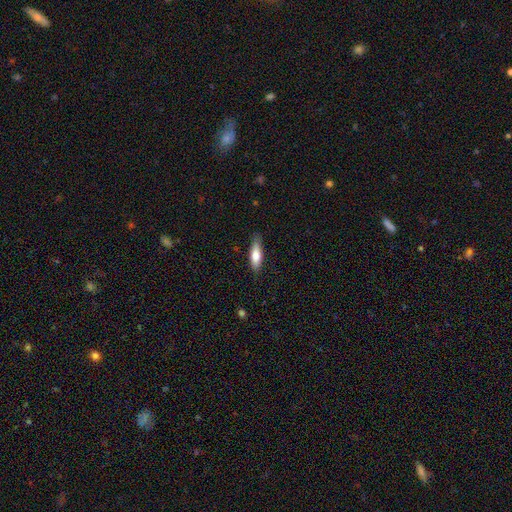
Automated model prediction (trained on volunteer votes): A smooth galaxy with no disk features (74%) that is cigar-shaped (52%). Merging: none (79%).